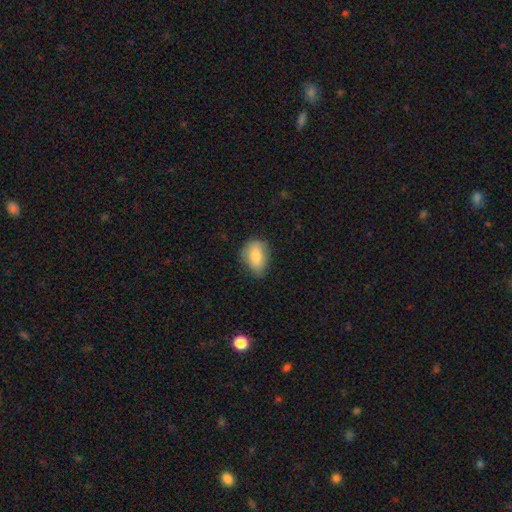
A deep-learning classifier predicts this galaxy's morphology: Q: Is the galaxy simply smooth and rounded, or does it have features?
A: smooth — 80%.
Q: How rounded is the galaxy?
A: in between — 79%.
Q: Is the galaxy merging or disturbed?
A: none — 58%.